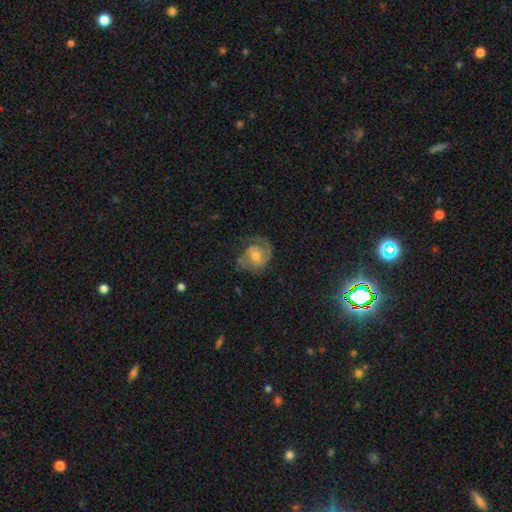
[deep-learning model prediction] This appears to be a featured or disk galaxy (74%) with no bar (65%), 2 (69%) medium (42%) spiral arms (92%) and a moderate central bulge (63%). Merging: none (61%).